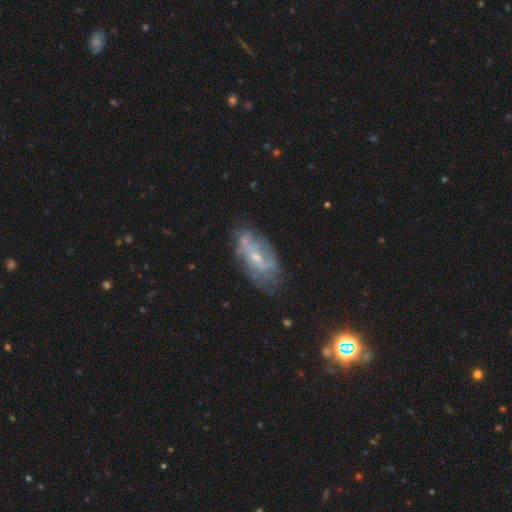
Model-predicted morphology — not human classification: This appears to be a featured or disk galaxy (66%) with no bar (54%), spiral arms (73%) and a small central bulge (67%). Merging: none (72%).